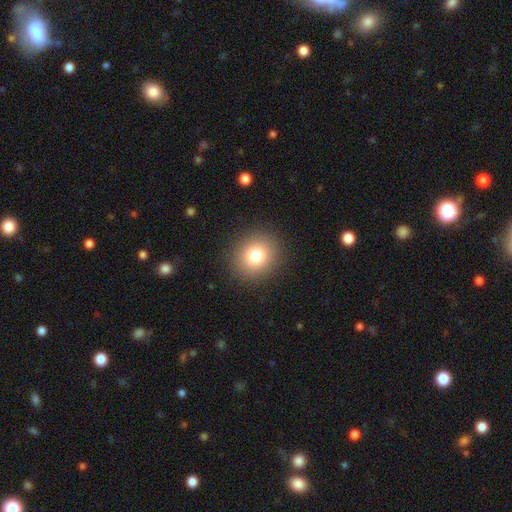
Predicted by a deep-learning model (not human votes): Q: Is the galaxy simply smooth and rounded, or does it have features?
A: smooth — 78%.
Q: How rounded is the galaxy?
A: round — 84%.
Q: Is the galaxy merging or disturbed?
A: none — 90%.